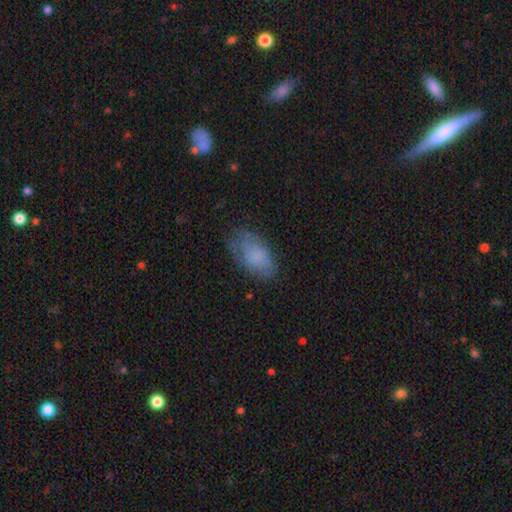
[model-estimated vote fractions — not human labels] Smooth or featured? smooth (71%)
How rounded? in between (92%)
Merging? none (62%)